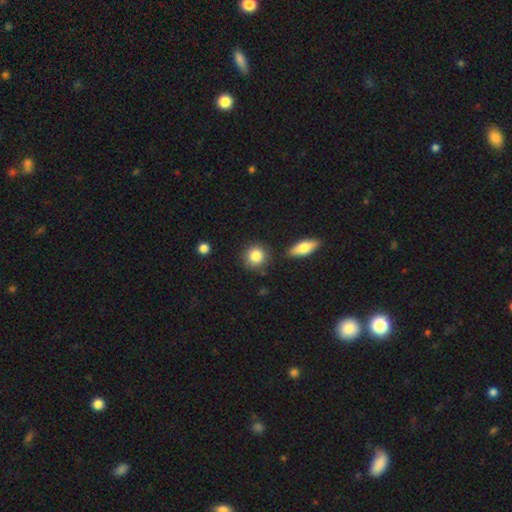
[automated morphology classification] A smooth galaxy with no disk features (85%) that is round (87%).

Vote fractions:
- Smooth or featured? smooth: 85% / star or artifact: 8% / featured or disk: 7%
- How rounded? round: 87% / in between: 12% / cigar-shaped: 2%
- Merging? none: 82% / minor disturbance: 10% / merger: 5% / major disturbance: 3%